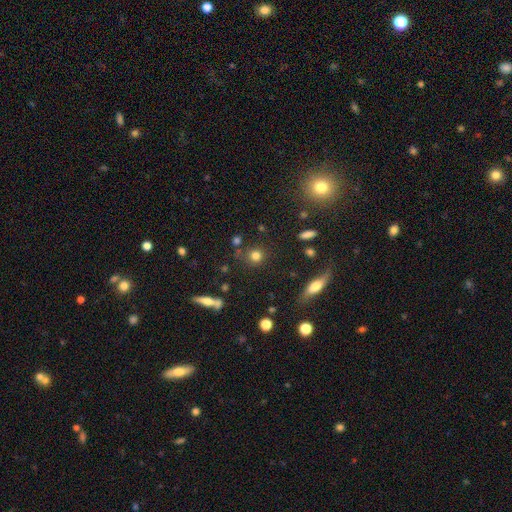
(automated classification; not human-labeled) Smooth or featured: smooth — 77% (star or artifact — 14%)
How rounded: round — 88% (in between — 10%)
Merging: none — 80% (minor disturbance — 10%)